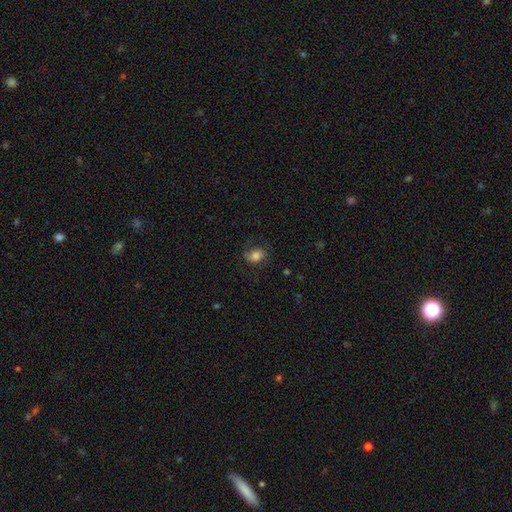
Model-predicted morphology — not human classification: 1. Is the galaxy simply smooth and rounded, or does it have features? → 76% smooth, 14% featured or disk, 9% star or artifact.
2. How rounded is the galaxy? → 63% in between, 36% round, 1% cigar-shaped.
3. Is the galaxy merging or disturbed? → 71% none, 19% minor disturbance, 9% major disturbance, 1% merger.